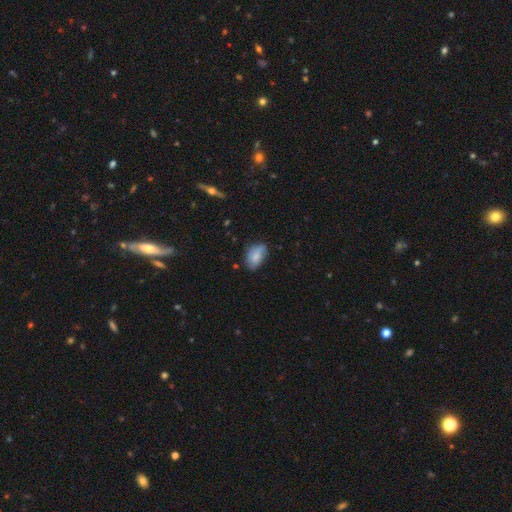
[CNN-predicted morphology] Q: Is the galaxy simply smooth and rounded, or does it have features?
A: smooth — 72%.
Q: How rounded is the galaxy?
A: in between — 90%.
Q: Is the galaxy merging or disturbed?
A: none — 58%.